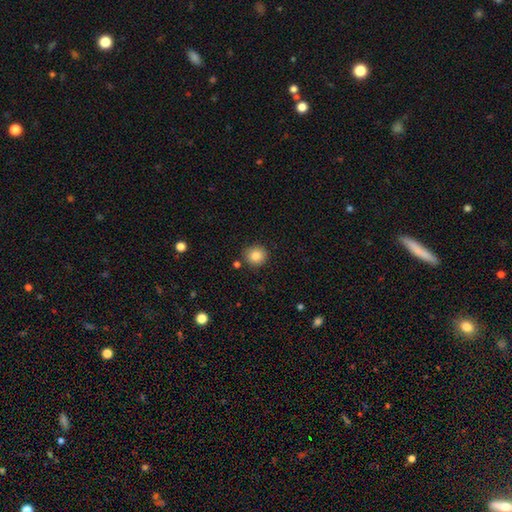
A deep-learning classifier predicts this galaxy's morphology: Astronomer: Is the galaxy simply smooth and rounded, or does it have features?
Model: smooth — 86%.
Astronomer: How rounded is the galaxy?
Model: round — 89%.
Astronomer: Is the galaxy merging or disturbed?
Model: none — 85%.